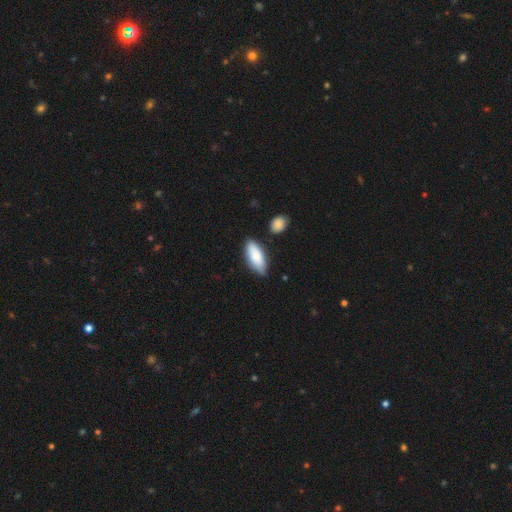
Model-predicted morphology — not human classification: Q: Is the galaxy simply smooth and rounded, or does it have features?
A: smooth — 82%.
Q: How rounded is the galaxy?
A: in between — 83%.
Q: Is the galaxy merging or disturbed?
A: none — 72%.